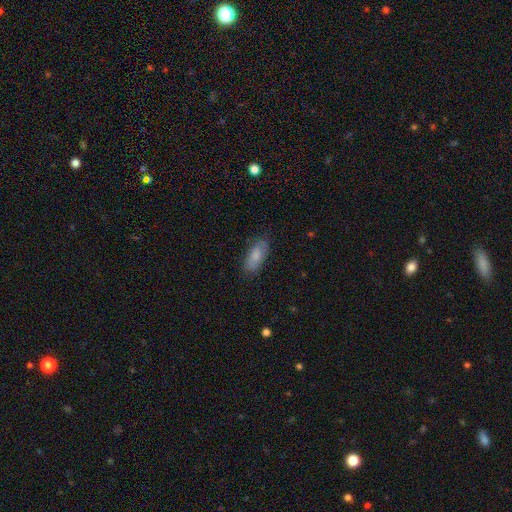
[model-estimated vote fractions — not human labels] Smooth or featured? Predicted: smooth (p=0.77). How rounded? Predicted: in between (p=0.83). Merging? Predicted: none (p=0.78).